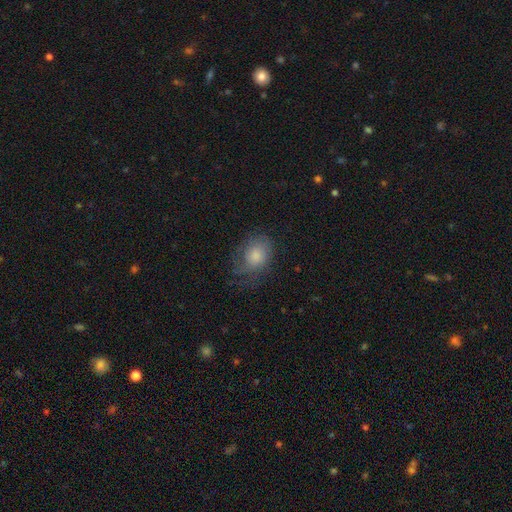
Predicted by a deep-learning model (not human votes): The model was most divided on "merging": none: 50%, minor disturbance: 28%, major disturbance: 21%, merger: 1%. More confident: smooth or featured — smooth (69%); how rounded — in between (65%).